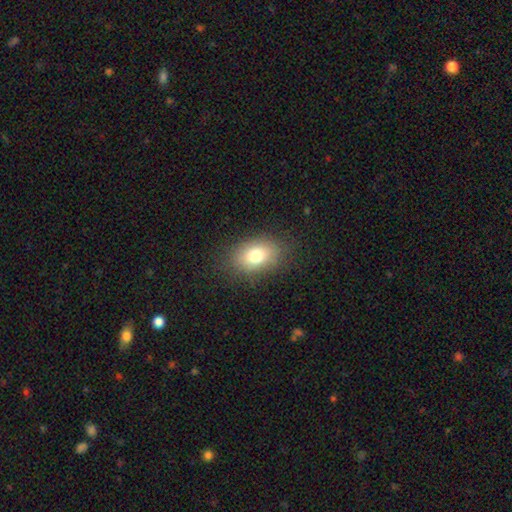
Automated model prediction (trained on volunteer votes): Q: Smooth or featured?
A: smooth (77%); runner-up: featured or disk (12%)
Q: How rounded?
A: in between (80%); runner-up: round (18%)
Q: Merging?
A: none (82%); runner-up: minor disturbance (12%)